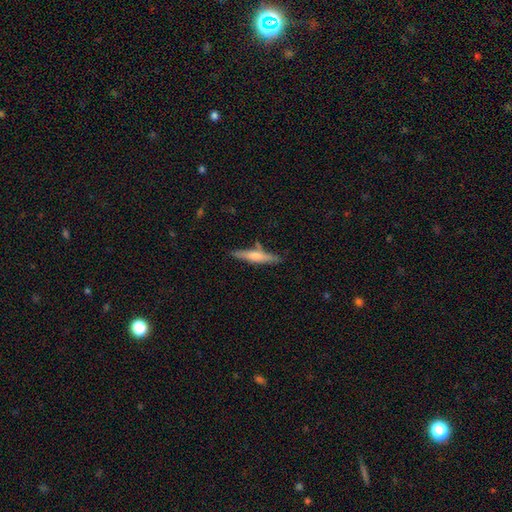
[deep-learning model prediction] Smooth or featured: smooth — 54% (featured or disk — 40%)
How rounded: cigar-shaped — 88% (in between — 10%)
Merging: none — 78% (minor disturbance — 14%)